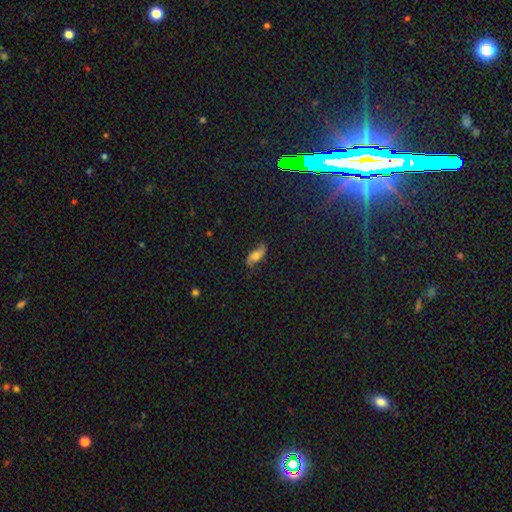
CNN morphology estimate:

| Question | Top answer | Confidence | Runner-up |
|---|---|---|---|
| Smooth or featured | smooth | 49% | featured or disk (42%) |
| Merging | none | 75% | minor disturbance (18%) |